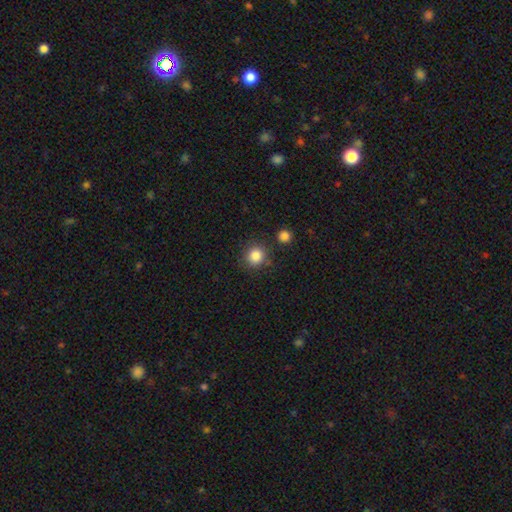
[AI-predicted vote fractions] A smooth galaxy with no disk features (85%) that is round (90%). Merging: none (83%).